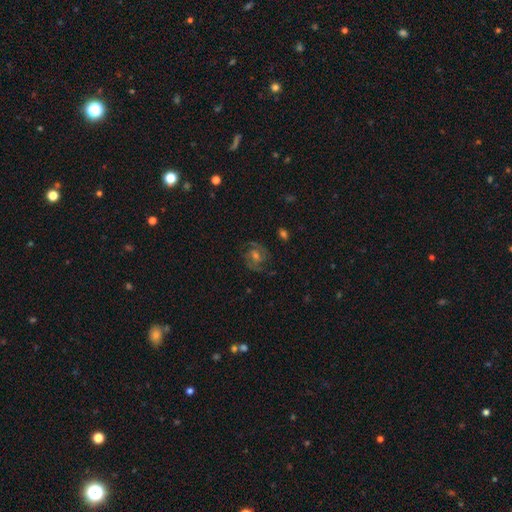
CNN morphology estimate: Smooth or featured? featured or disk (71%)
Edge-on disk? no (97%)
Bar? weak (45%)
Spiral arms? yes (92%)
Spiral winding? medium (47%)
Spiral arm count? 2 (72%)
Bulge size? moderate (53%)
Merging? none (80%)